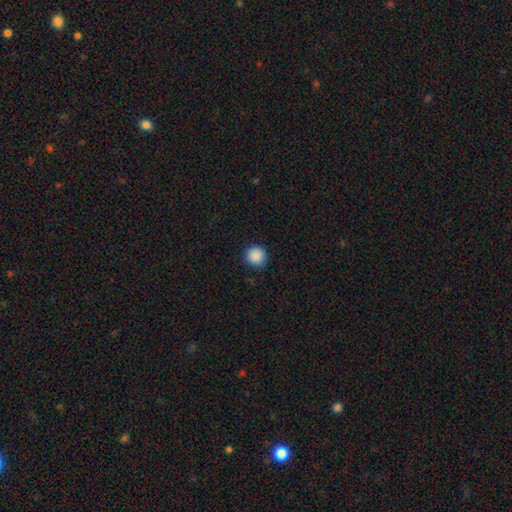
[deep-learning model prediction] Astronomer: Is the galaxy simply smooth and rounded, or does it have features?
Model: smooth — 89%.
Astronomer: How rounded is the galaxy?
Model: round — 94%.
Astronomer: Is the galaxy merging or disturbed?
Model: none — 89%.